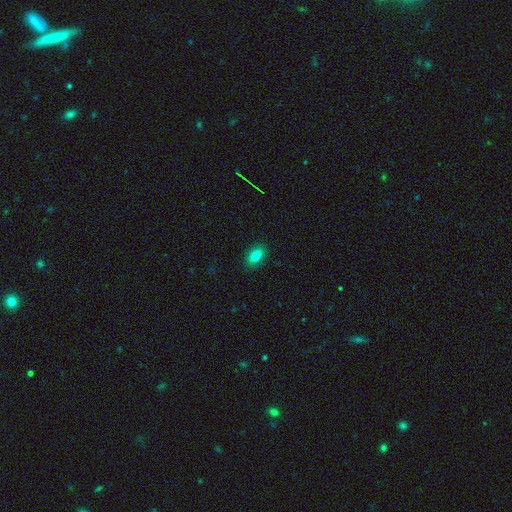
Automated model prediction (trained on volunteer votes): Smooth or featured? smooth (81%)
How rounded? in between (84%)
Merging? none (88%)